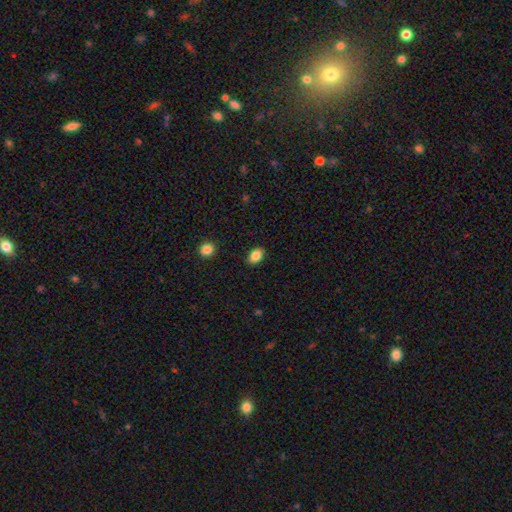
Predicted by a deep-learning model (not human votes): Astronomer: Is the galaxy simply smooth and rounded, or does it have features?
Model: smooth — 86%.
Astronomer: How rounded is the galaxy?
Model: in between — 80%.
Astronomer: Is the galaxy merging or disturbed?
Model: none — 88%.